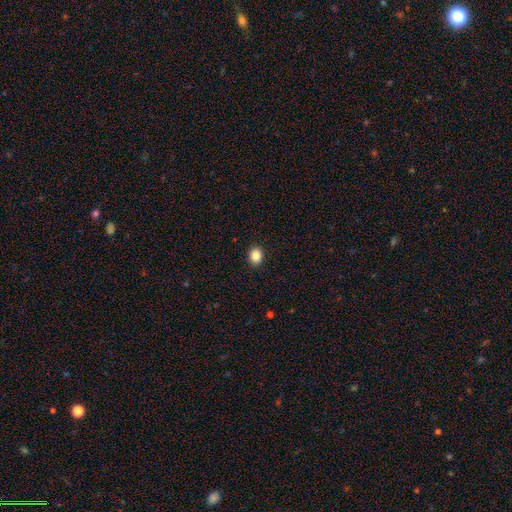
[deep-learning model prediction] Morphology: type=smooth (87%); roundness=round (51%); merging=none (91%).